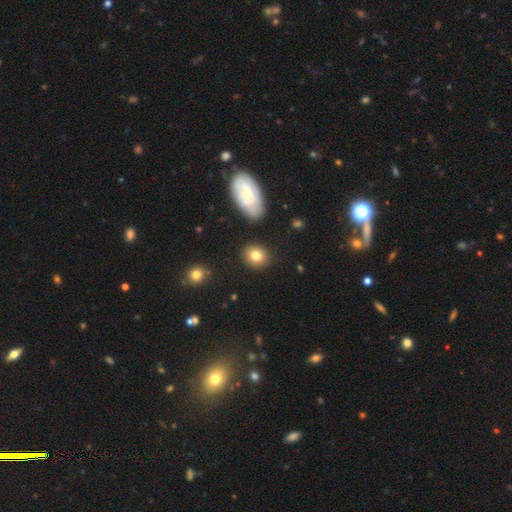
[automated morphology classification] This appears to be a smooth galaxy with no disk features (81%) that is round (72%). Merging: none (86%).